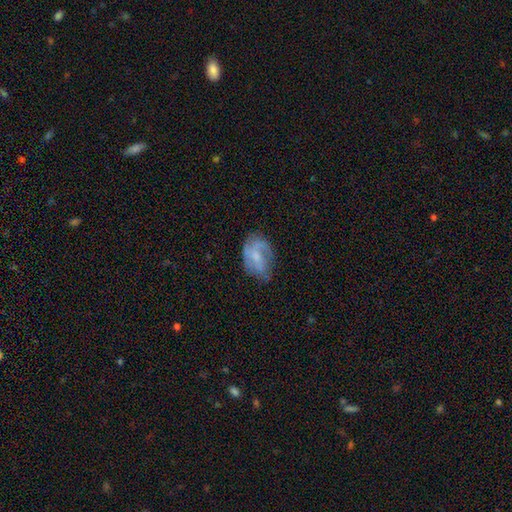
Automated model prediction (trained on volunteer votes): Smooth or featured? Predicted: featured or disk (p=0.66). Edge-on disk? Predicted: no (p=0.97). Bar? Predicted: no (p=0.50). Spiral arms? Predicted: yes (p=0.83). Spiral winding? Predicted: medium (p=0.44). Spiral arm count? Predicted: 2 (p=0.43). Bulge size? Predicted: small (p=0.49). Merging? Predicted: none (p=0.56).